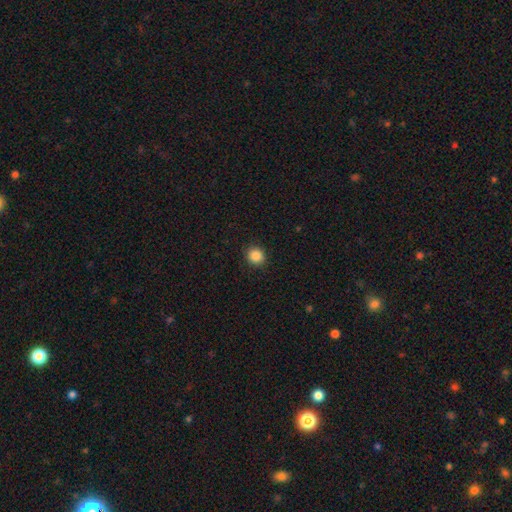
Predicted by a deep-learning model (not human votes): smooth 87%, star or artifact 10%, featured or disk 3%. Down the decision tree: how rounded — round (89%); merging — none (91%).